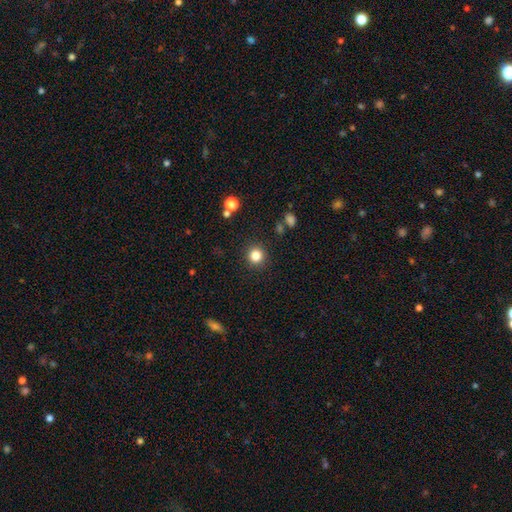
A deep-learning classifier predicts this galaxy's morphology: Smooth or featured: smooth — 83% (star or artifact — 12%)
How rounded: round — 93% (in between — 6%)
Merging: none — 90% (minor disturbance — 6%)